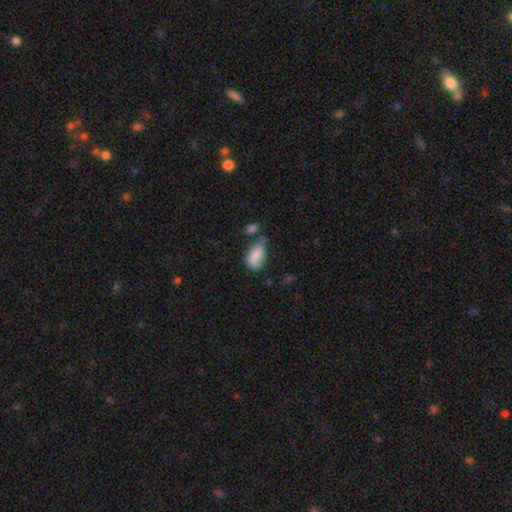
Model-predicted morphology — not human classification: Overall: smooth (81%). How rounded: in between (92%). Merging: none (35%; minor disturbance 32%).